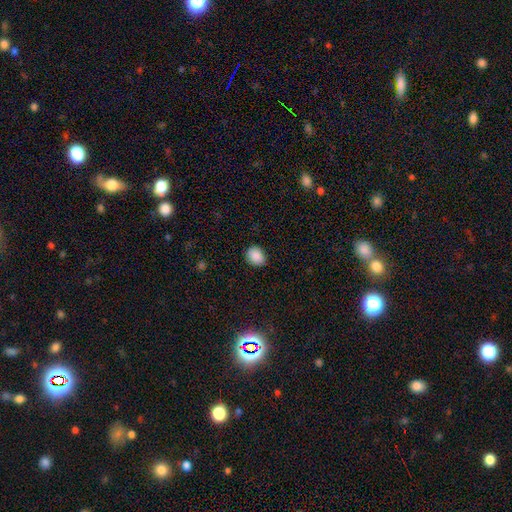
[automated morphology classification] smooth 88%, star or artifact 9%, featured or disk 3%. Down the decision tree: how rounded — round (51%); merging — none (84%).